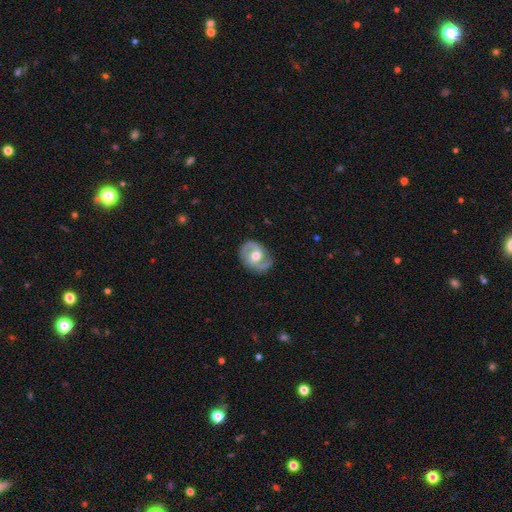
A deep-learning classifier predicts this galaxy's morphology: Smooth or featured?
  - featured or disk: 79% *
  - smooth: 16%
  - star or artifact: 5%
Edge-on disk?
  - no: 97% *
  - yes: 3%
Bar?
  - no: 53% *
  - weak: 37%
  - strong: 10%
Spiral arms?
  - yes: 90% *
  - no: 10%
Spiral winding?
  - medium: 51% *
  - tight: 25%
  - loose: 24%
Spiral arm count?
  - 2: 87% *
  - 1: 5%
  - can't tell: 5%
  - 3: 1%
  - 4: 1%
  - more than 4: 1%
Bulge size?
  - moderate: 72% *
  - large: 18%
  - small: 8%
  - dominant: 1%
  - none: 1%
Merging?
  - none: 77% *
  - minor disturbance: 16%
  - major disturbance: 5%
  - merger: 1%